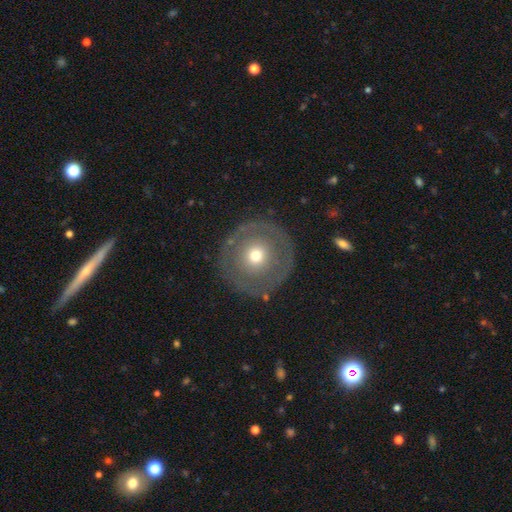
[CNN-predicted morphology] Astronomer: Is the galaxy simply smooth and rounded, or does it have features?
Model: smooth — 51% (runner-up: featured or disk, 42%).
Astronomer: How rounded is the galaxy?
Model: round — 95%.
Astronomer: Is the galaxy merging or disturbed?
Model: none — 83%.